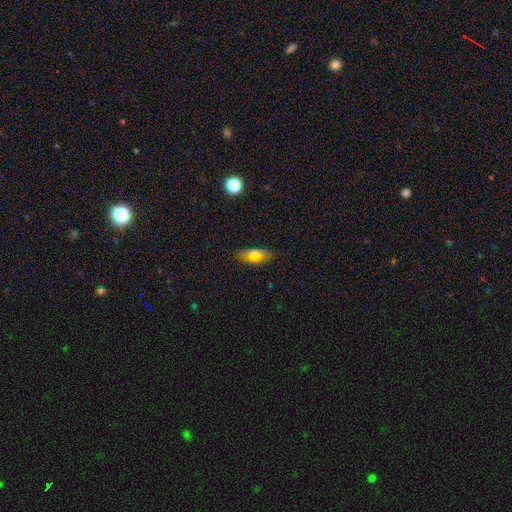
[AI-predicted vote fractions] Q: Smooth or featured?
A: smooth (59%); runner-up: star or artifact (25%)
Q: How rounded?
A: in between (81%); runner-up: cigar-shaped (12%)
Q: Merging?
A: none (80%); runner-up: minor disturbance (13%)